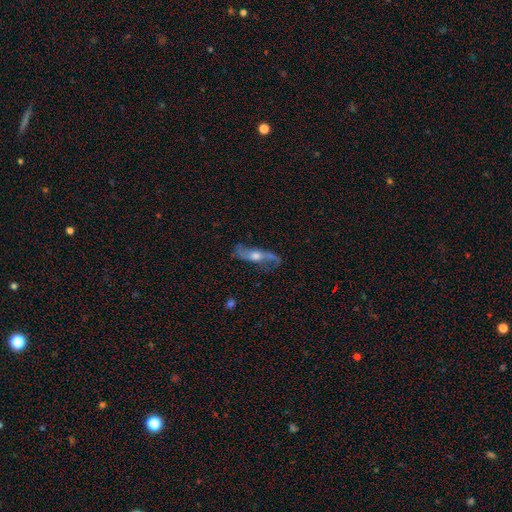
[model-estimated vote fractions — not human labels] Q: Smooth or featured?
A: featured or disk (74%); runner-up: smooth (19%)
Q: Edge-on disk?
A: no (69%); runner-up: yes (31%)
Q: Bar?
A: no (59%); runner-up: weak (28%)
Q: Spiral arms?
A: yes (87%); runner-up: no (13%)
Q: Bulge size?
A: moderate (64%); runner-up: small (16%)
Q: Merging?
A: none (66%); runner-up: minor disturbance (20%)